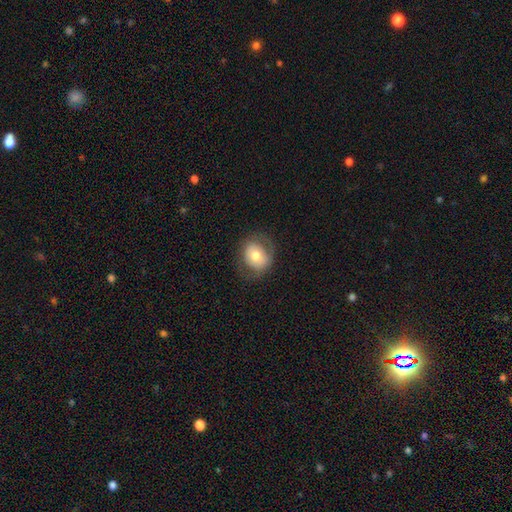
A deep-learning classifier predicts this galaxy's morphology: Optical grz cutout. It shows a smooth galaxy with no disk features (65%) that is round (64%). Merging: none (71%).